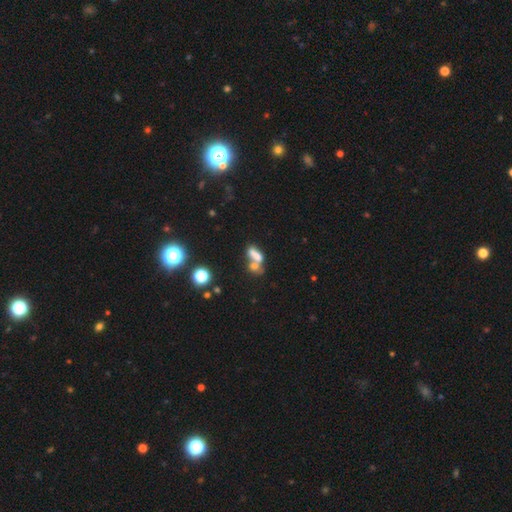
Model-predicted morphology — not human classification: Smooth or featured? Predicted: smooth (p=0.62). How rounded? Predicted: in between (p=0.70). Merging? Predicted: merger (p=0.61).